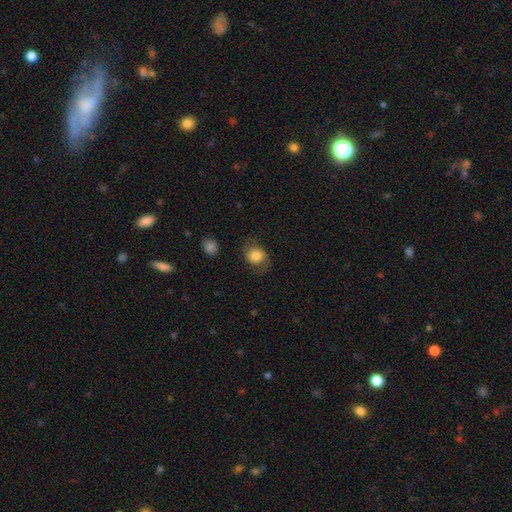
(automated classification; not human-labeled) smooth 72%, featured or disk 20%, star or artifact 8%. Down the decision tree: how rounded — round (60%); merging — none (66%).